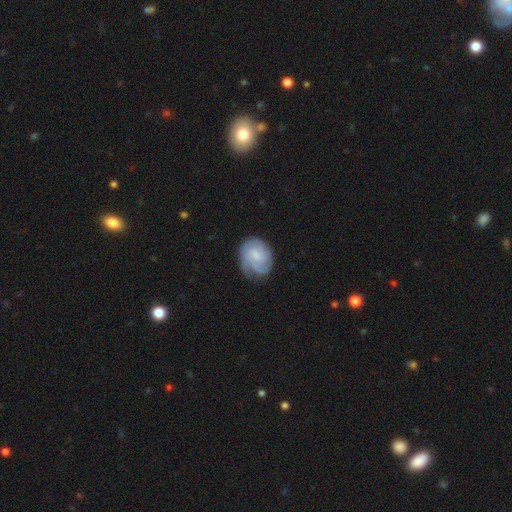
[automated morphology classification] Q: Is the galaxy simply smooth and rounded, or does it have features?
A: featured or disk — 58%.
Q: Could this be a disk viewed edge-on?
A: no — 98%.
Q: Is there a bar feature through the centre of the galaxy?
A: no — 61%.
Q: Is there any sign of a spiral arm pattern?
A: yes — 90%.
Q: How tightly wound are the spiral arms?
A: tight — 56%.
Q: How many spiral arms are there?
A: can't tell — 35%.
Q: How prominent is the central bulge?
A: small — 51%.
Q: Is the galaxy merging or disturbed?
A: none — 60%.